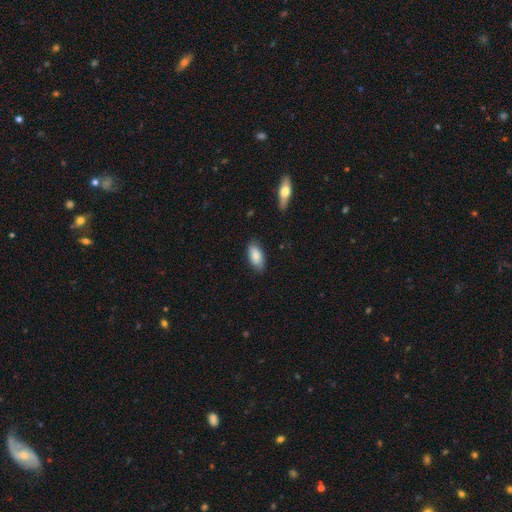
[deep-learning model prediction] Smooth or featured? smooth (85%)
How rounded? in between (89%)
Merging? none (80%)